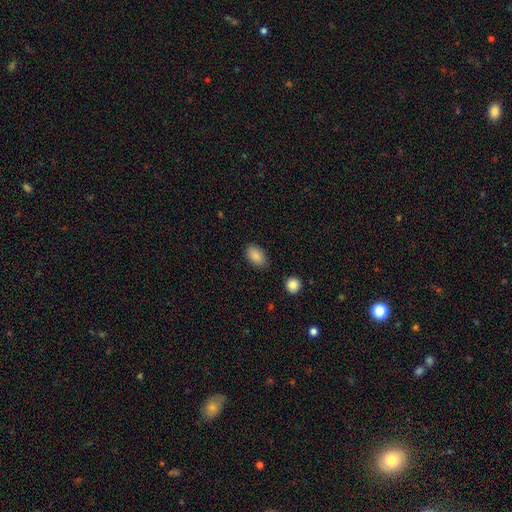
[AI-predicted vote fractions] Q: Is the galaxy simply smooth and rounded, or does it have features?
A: smooth — 87%.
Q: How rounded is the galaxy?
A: in between — 91%.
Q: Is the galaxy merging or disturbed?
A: none — 84%.